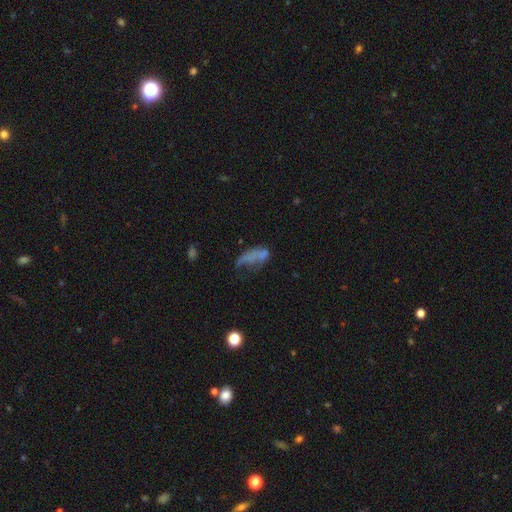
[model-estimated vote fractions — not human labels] smooth 44%, featured or disk 39%, star or artifact 17%. Down the decision tree: merging — major disturbance (43%).